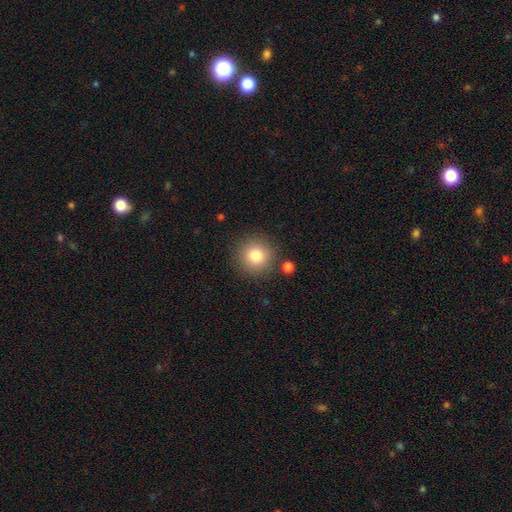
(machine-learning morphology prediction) This is clearly a smooth galaxy (81%). How rounded: clearly round (95%). Merging: clearly none (85%).